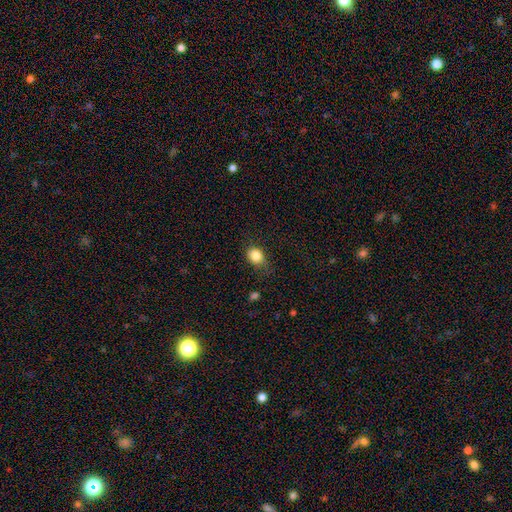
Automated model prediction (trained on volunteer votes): A smooth galaxy with no disk features (84%) that is round (53%). Merging: none (70%).